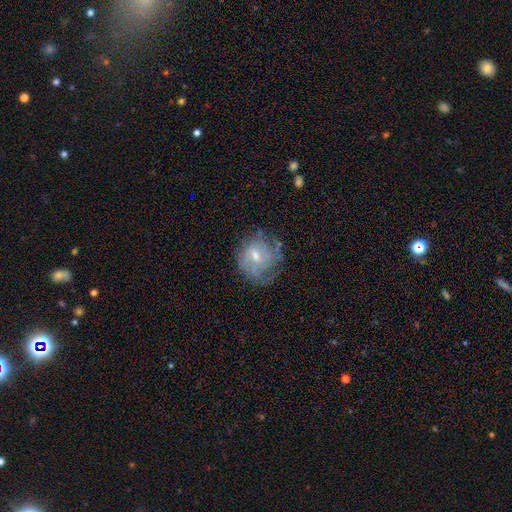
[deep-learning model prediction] Smooth or featured?
  - featured or disk: 67% *
  - smooth: 24%
  - star or artifact: 9%
Edge-on disk?
  - no: 97% *
  - yes: 3%
Bar?
  - no: 48% *
  - weak: 44%
  - strong: 8%
Spiral arms?
  - yes: 82% *
  - no: 18%
Spiral winding?
  - tight: 53% *
  - medium: 33%
  - loose: 14%
Spiral arm count?
  - can't tell: 47% *
  - 2: 22%
  - 3: 14%
  - 1: 8%
  - 4: 6%
  - more than 4: 4%
Bulge size?
  - moderate: 49% *
  - small: 46%
  - none: 2%
  - large: 2%
  - dominant: 1%
Merging?
  - none: 60% *
  - minor disturbance: 23%
  - major disturbance: 15%
  - merger: 2%